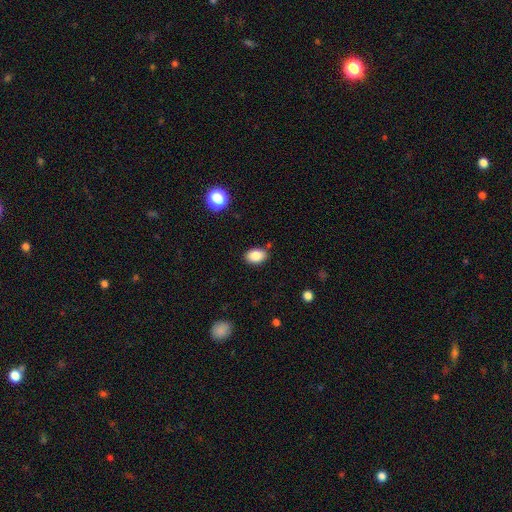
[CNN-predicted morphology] Overall: smooth (86%). How rounded: in between (83%). Merging: none (85%).